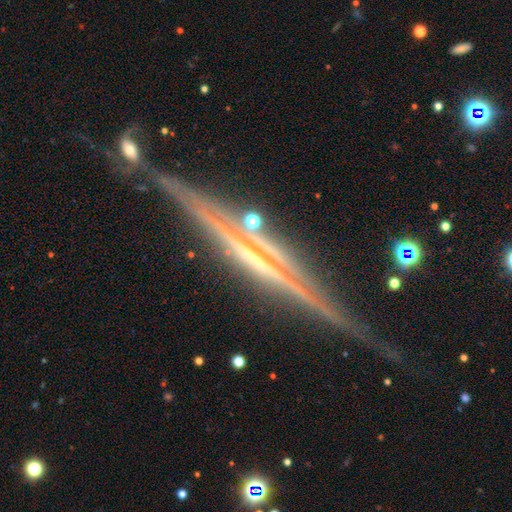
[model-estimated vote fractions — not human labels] This is clearly a featured or disk galaxy (87%). It is clearly viewed edge-on (97%). Edge-on bulge: marginally none (41%). Merging: clearly none (81%).